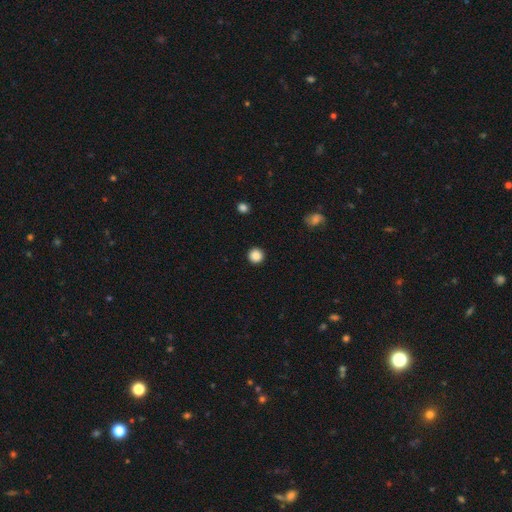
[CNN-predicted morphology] Smooth or featured? smooth (88%)
How rounded? round (96%)
Merging? none (93%)